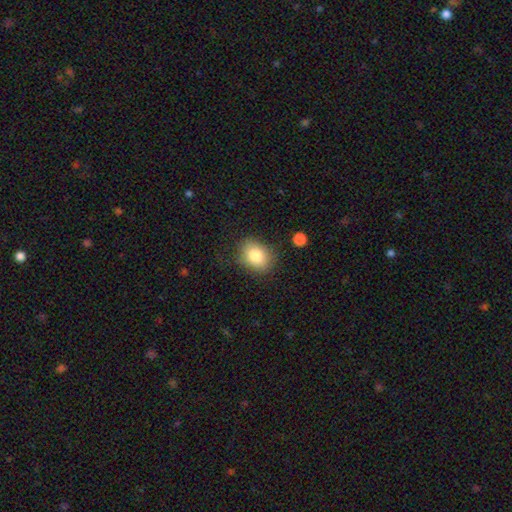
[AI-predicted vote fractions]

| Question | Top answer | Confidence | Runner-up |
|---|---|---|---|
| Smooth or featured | smooth | 81% | featured or disk (10%) |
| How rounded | in between | 60% | round (39%) |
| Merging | none | 78% | minor disturbance (16%) |